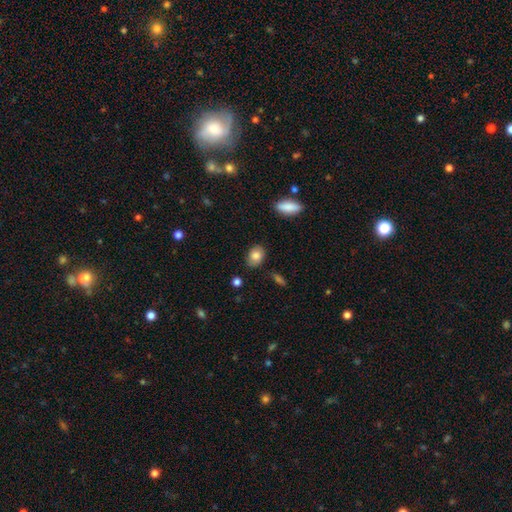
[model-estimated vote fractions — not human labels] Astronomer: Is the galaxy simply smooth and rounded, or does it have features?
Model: smooth — 82%.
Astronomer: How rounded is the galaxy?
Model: in between — 77%.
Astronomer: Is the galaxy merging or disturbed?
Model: none — 82%.